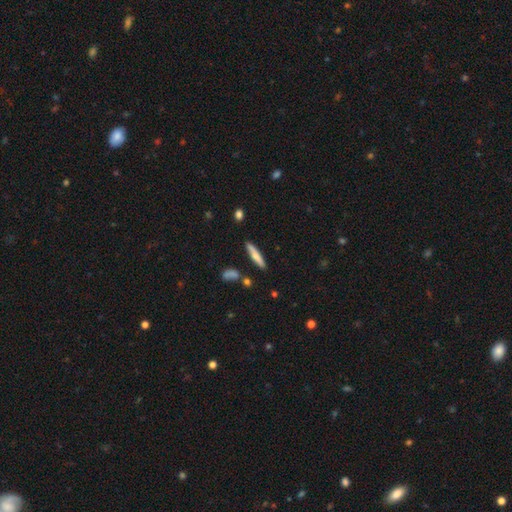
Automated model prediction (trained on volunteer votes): smooth_or_featured: smooth (p=0.68) [alt: featured or disk p=0.26]
how_rounded: cigar-shaped (p=0.88) [alt: in between p=0.10]
merging: none (p=0.85) [alt: minor disturbance p=0.10]